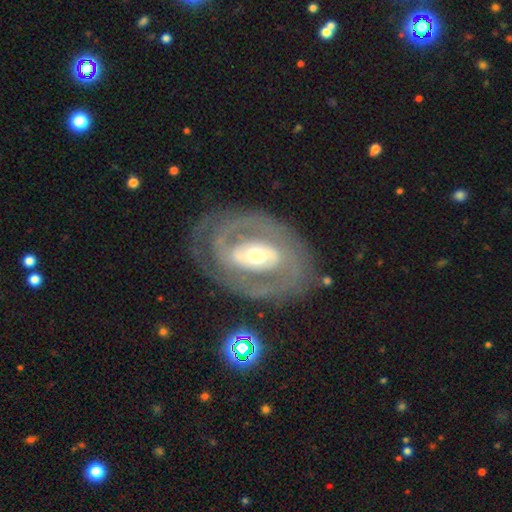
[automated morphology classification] The model was most divided on "bar": strong: 39%, weak: 33%, no: 28%. More confident: edge-on disk — no (95%); smooth or featured — featured or disk (84%); spiral arms — yes (79%); merging — none (75%); spiral arm count — 2 (66%); bulge size — moderate (59%); spiral winding — tight (54%).